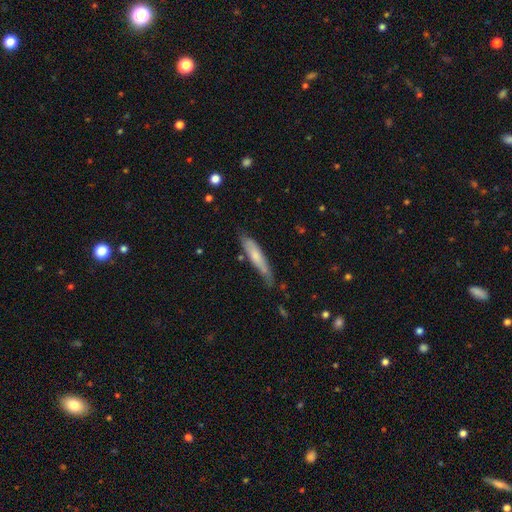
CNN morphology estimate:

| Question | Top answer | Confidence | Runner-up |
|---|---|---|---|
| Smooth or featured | smooth | 63% | featured or disk (31%) |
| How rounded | cigar-shaped | 86% | in between (13%) |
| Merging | none | 61% | minor disturbance (29%) |